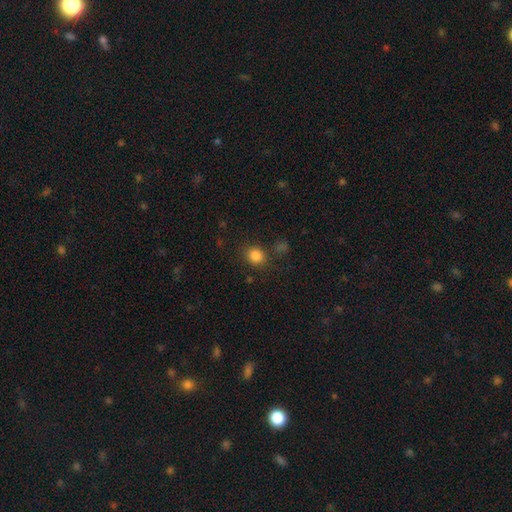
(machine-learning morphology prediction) Overall: smooth (84%). How rounded: round (81%). Merging: none (80%).